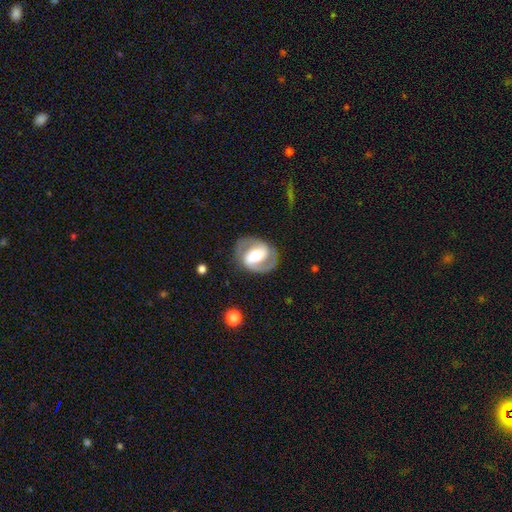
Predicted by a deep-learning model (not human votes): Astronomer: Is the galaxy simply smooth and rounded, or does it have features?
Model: featured or disk — 81%.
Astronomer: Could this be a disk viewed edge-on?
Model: no — 97%.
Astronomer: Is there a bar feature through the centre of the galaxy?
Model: strong — 50% (runner-up: weak, 32%).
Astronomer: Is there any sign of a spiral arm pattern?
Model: yes — 86%.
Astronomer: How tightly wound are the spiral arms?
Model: medium — 50% (runner-up: tight, 34%).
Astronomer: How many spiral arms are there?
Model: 2 — 89%.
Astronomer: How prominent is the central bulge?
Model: moderate — 58%.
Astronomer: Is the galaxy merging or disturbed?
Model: none — 81%.